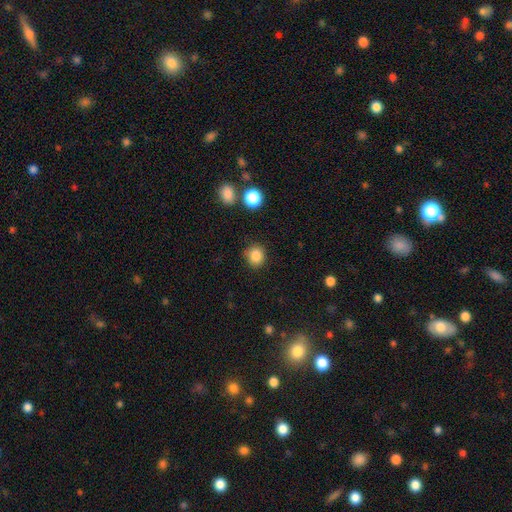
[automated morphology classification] Overall: smooth (86%). How rounded: round (83%). Merging: none (87%).